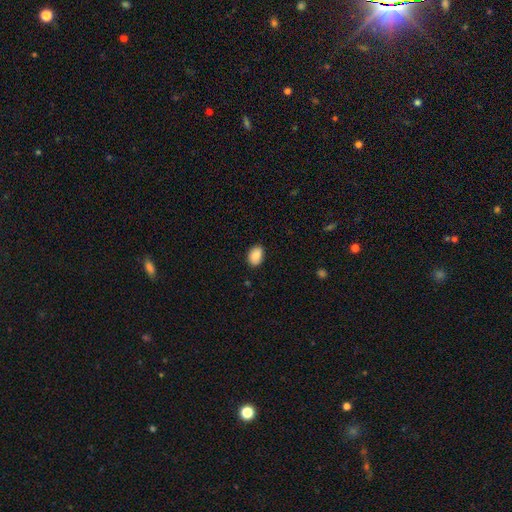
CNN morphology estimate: A smooth galaxy with no disk features (87%) that is in between round and cigar-shaped (81%). Merging: none (86%).